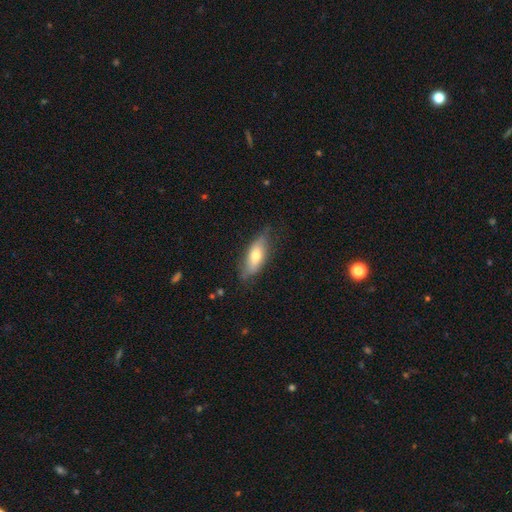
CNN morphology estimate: Smooth or featured?
  - smooth: 66% *
  - featured or disk: 28%
  - star or artifact: 6%
How rounded?
  - in between: 73% *
  - cigar-shaped: 24%
  - round: 3%
Merging?
  - none: 70% *
  - minor disturbance: 24%
  - major disturbance: 5%
  - merger: 1%